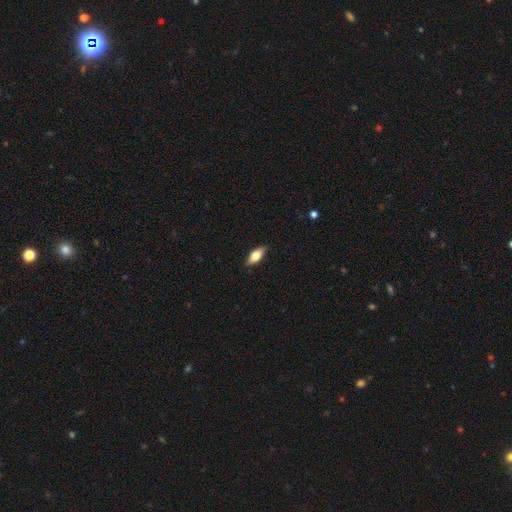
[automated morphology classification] smooth_or_featured: smooth (p=0.65) [alt: featured or disk p=0.29]
how_rounded: in between (p=0.80) [alt: cigar-shaped p=0.16]
merging: none (p=0.87) [alt: minor disturbance p=0.10]